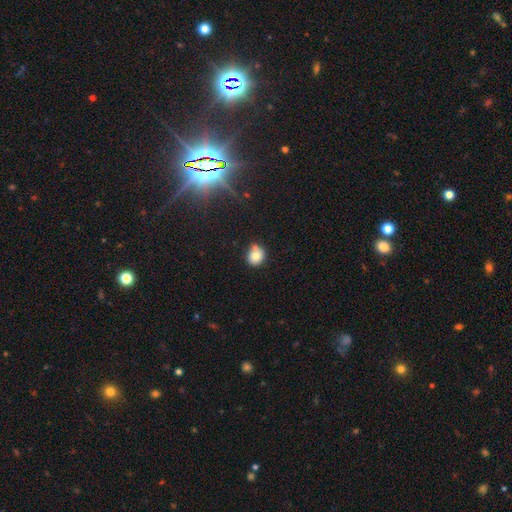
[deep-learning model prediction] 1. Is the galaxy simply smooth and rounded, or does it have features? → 78% smooth, 11% star or artifact, 11% featured or disk.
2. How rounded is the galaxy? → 78% round, 21% in between, 1% cigar-shaped.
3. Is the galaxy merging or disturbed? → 61% none, 22% minor disturbance, 13% merger, 5% major disturbance.